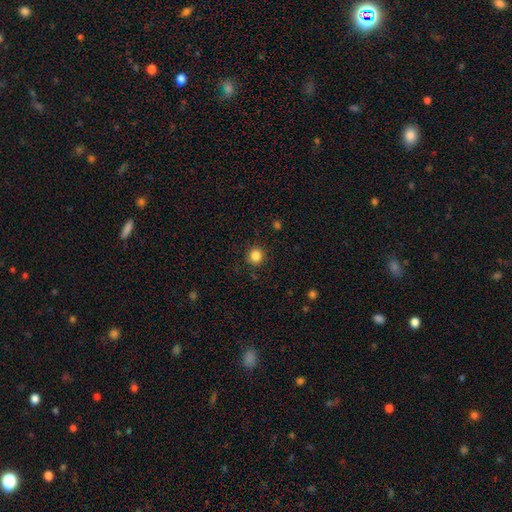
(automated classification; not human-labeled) The model was most divided on "smooth or featured": smooth: 85%, star or artifact: 11%, featured or disk: 4%. More confident: how rounded — round (93%); merging — none (90%).